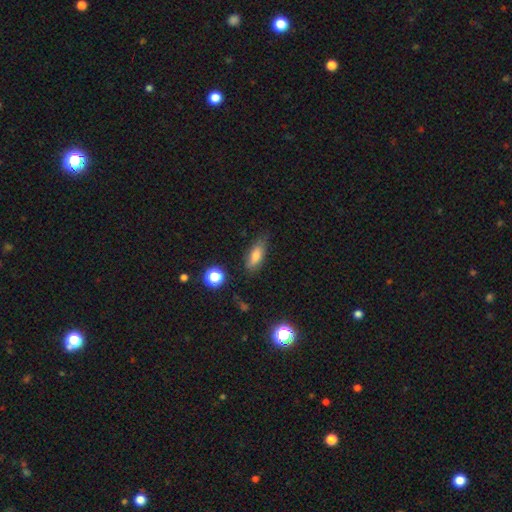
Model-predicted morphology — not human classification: Smooth or featured: smooth — 75% (featured or disk — 15%)
How rounded: in between — 70% (cigar-shaped — 26%)
Merging: none — 74% (minor disturbance — 20%)